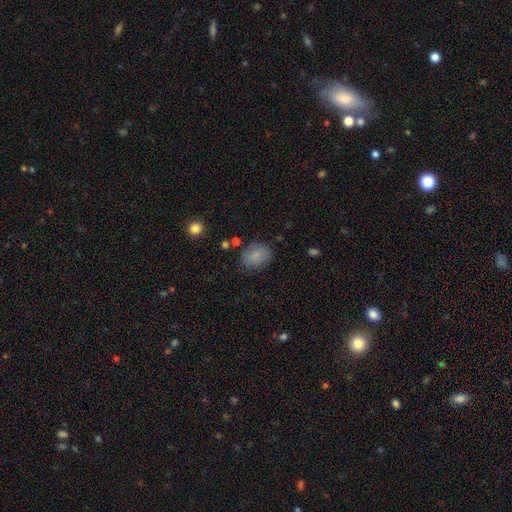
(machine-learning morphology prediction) Smooth or featured? Predicted: smooth (p=0.83). How rounded? Predicted: round (p=0.53). Merging? Predicted: none (p=0.79).